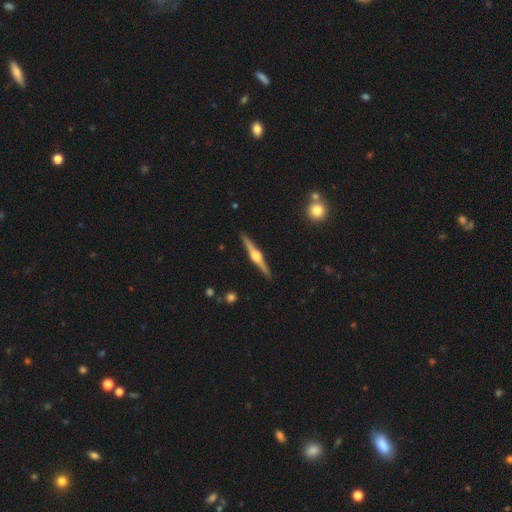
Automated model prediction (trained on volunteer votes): Morphology: type=featured or disk (83%); edge-on=yes (99%); edge-on bulge=rounded (93%); merging=none (92%).